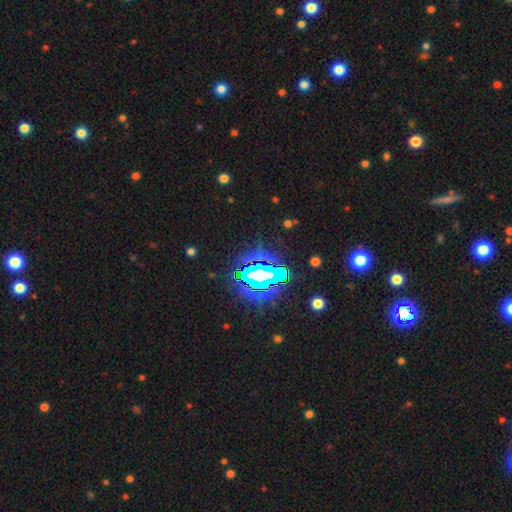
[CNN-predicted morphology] This appears to be a star or artifact, not a galaxy (83%).